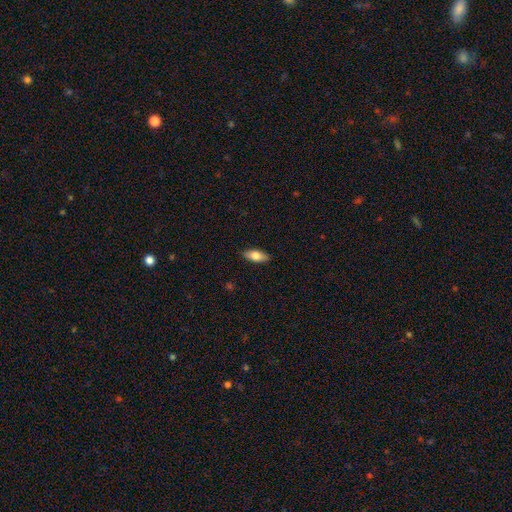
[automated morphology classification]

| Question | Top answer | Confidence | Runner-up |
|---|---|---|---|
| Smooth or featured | smooth | 78% | featured or disk (16%) |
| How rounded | in between | 84% | cigar-shaped (13%) |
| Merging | none | 88% | minor disturbance (9%) |